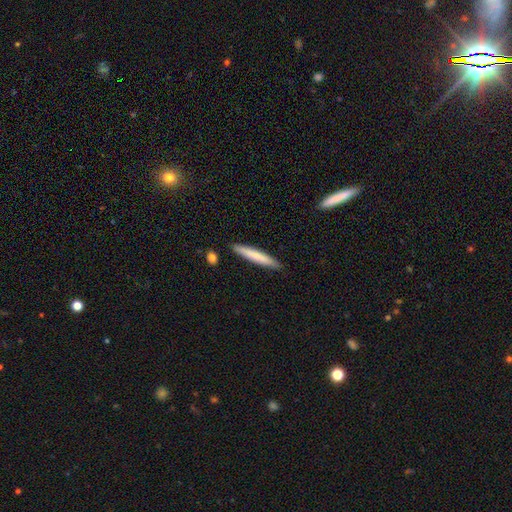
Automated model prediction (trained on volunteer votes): Q: Smooth or featured?
A: smooth (74%); runner-up: featured or disk (21%)
Q: How rounded?
A: cigar-shaped (94%); runner-up: in between (4%)
Q: Merging?
A: none (88%); runner-up: minor disturbance (8%)